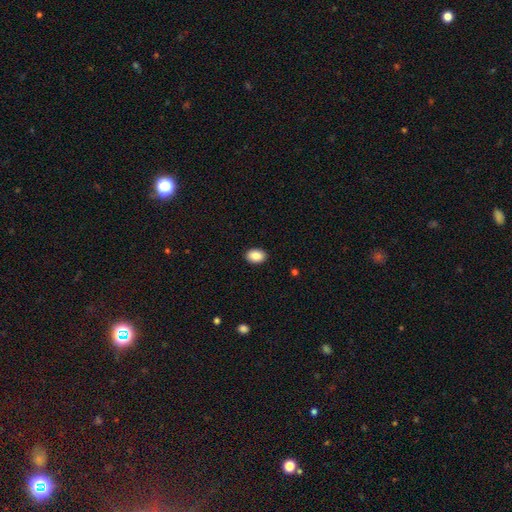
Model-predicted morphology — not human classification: smooth_or_featured: smooth (p=0.88) [alt: star or artifact p=0.07]
how_rounded: in between (p=0.82) [alt: round p=0.17]
merging: none (p=0.91) [alt: minor disturbance p=0.07]